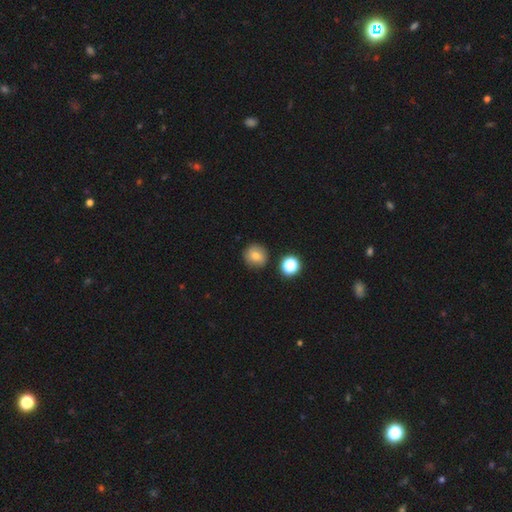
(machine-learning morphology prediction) Smooth or featured: smooth — 77% (star or artifact — 12%)
How rounded: round — 93% (in between — 6%)
Merging: none — 87% (minor disturbance — 8%)